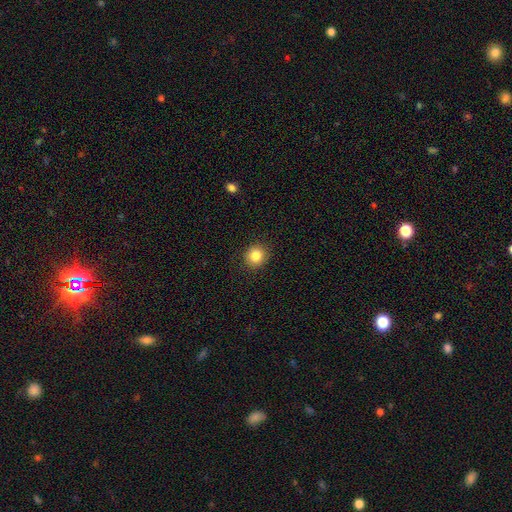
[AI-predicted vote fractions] Smooth or featured? smooth (84%)
How rounded? round (85%)
Merging? none (90%)